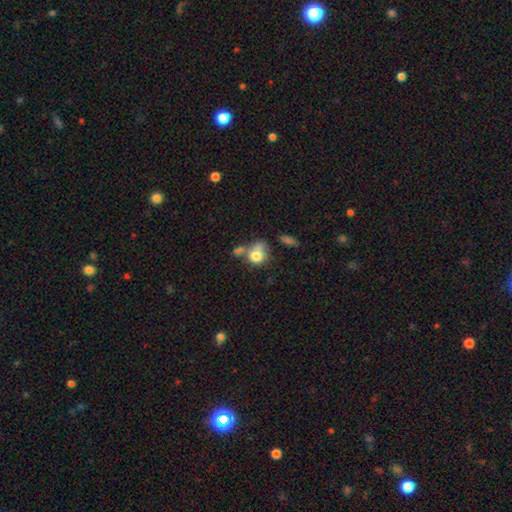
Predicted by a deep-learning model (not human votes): Q: Smooth or featured?
A: smooth (76%); runner-up: featured or disk (15%)
Q: How rounded?
A: round (59%); runner-up: in between (39%)
Q: Merging?
A: merger (41%); runner-up: none (30%)